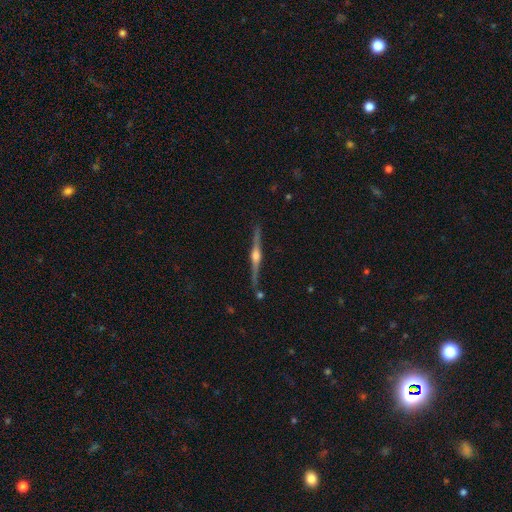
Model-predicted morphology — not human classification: type=featured or disk (85%); edge-on=yes (98%); edge-on bulge=rounded (93%); merging=none (87%).